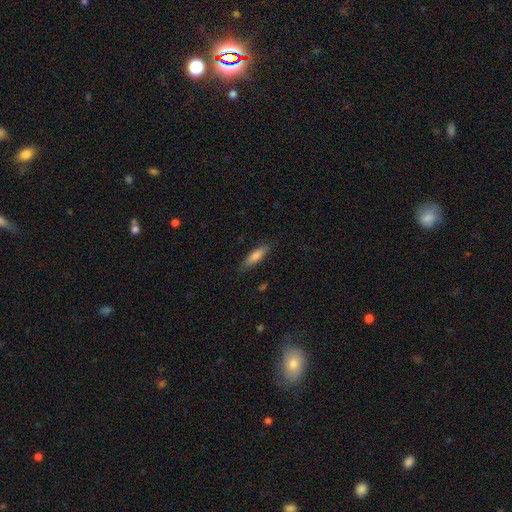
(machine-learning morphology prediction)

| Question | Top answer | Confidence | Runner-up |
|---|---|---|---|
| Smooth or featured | smooth | 67% | featured or disk (26%) |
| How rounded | cigar-shaped | 76% | in between (22%) |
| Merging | none | 85% | minor disturbance (11%) |